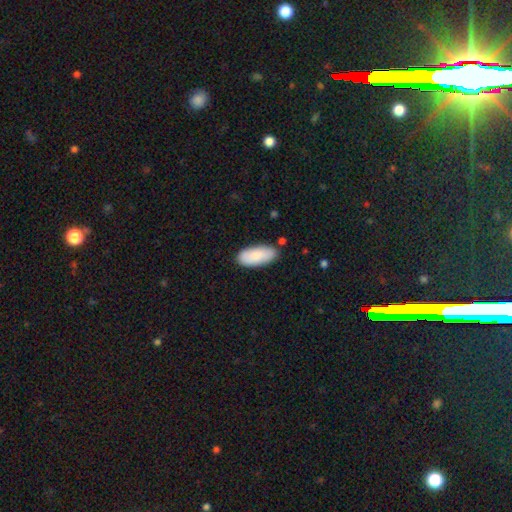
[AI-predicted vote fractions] smooth 82%, featured or disk 12%, star or artifact 6%. Down the decision tree: how rounded — in between (88%); merging — none (81%).